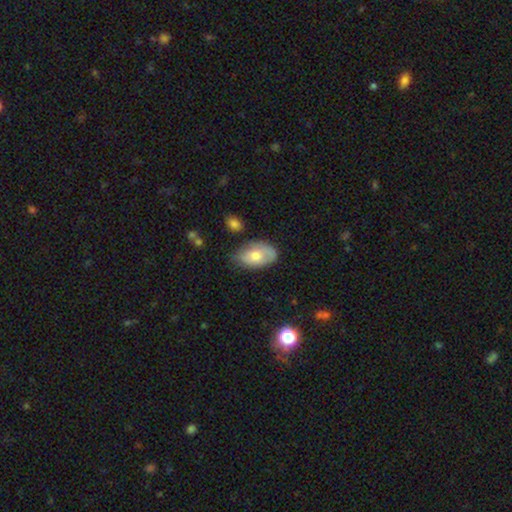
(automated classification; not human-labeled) This appears to be a smooth galaxy with no disk features (68%) that is in between round and cigar-shaped (92%). Merging: none (62%).